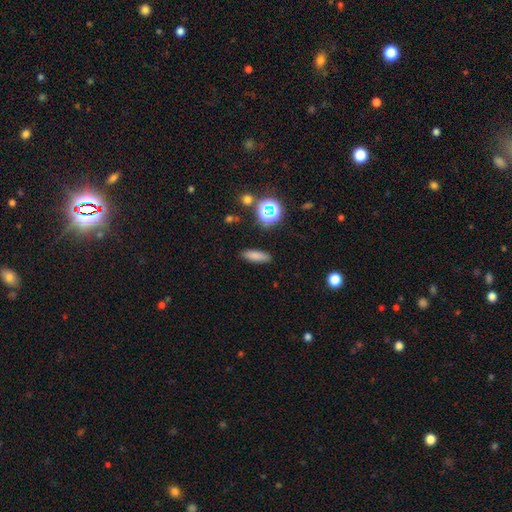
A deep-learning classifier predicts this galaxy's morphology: A smooth galaxy with no disk features (78%) that is cigar-shaped (48%). Merging: none (88%).